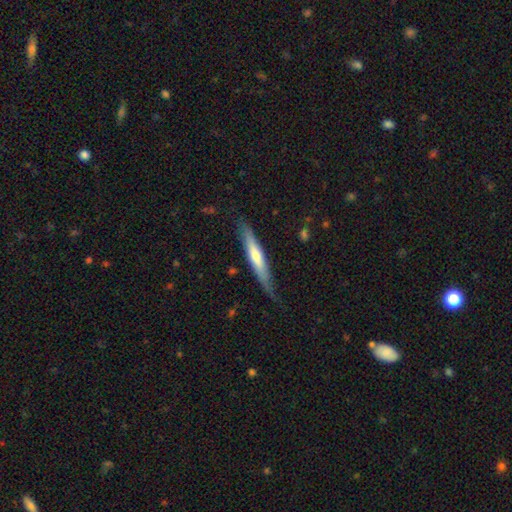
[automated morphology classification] smooth-or-featured: smooth: 48% | featured or disk: 47% | star or artifact: 5%
  merging: none: 70% | minor disturbance: 22% | major disturbance: 7% | merger: 2%